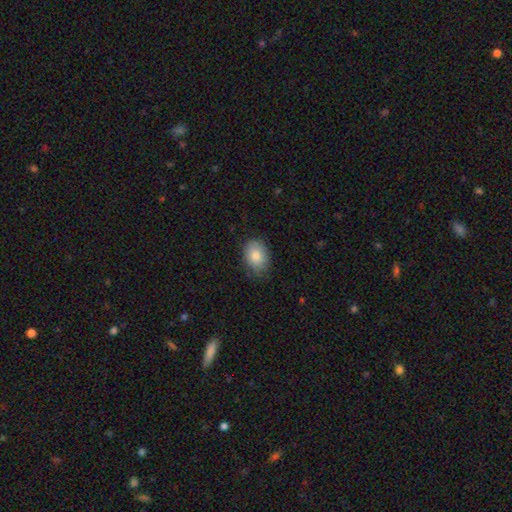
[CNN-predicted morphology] Q: Smooth or featured?
A: smooth (81%); runner-up: featured or disk (11%)
Q: How rounded?
A: in between (73%); runner-up: round (26%)
Q: Merging?
A: none (75%); runner-up: minor disturbance (21%)